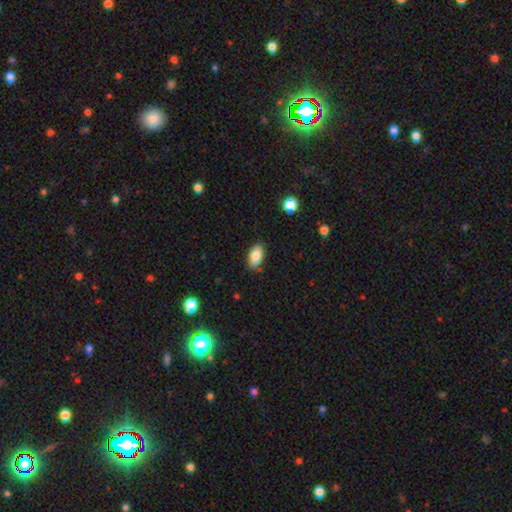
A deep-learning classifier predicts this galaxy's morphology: This appears to be a smooth galaxy with no disk features (86%) that is in between round and cigar-shaped (92%). Merging: none (84%).